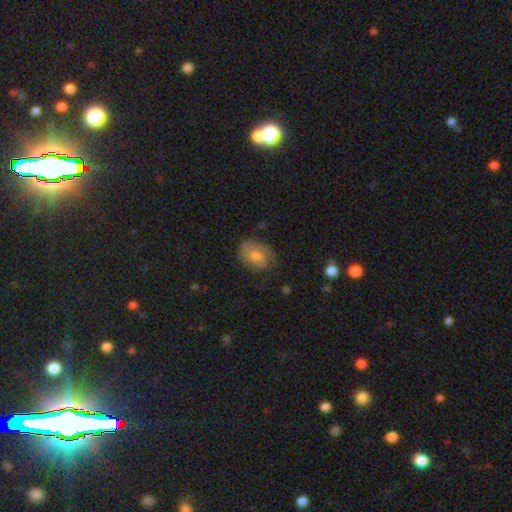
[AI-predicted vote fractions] Smooth or featured? featured or disk (47%)
Merging? none (65%)